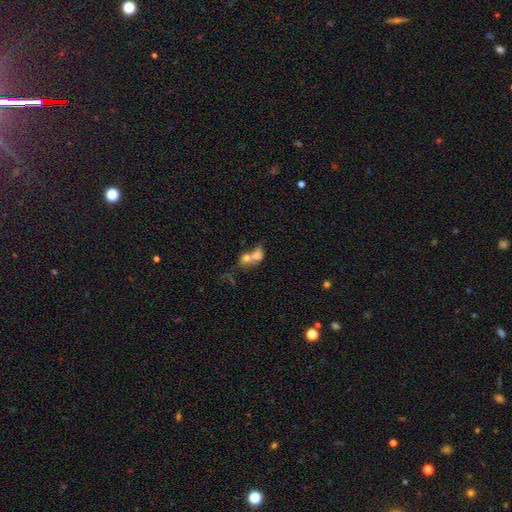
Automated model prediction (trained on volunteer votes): A smooth galaxy with no disk features (63%) that is in between round and cigar-shaped (58%).

Vote fractions:
- Smooth or featured? smooth: 63% / featured or disk: 26% / star or artifact: 11%
- How rounded? in between: 58% / round: 38% / cigar-shaped: 4%
- Merging? merger: 76% / none: 12% / major disturbance: 7% / minor disturbance: 5%